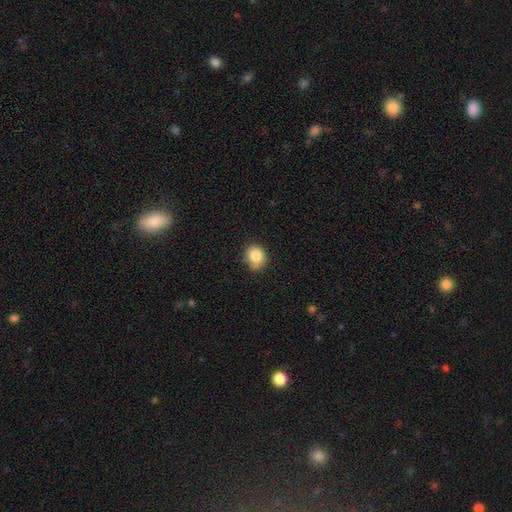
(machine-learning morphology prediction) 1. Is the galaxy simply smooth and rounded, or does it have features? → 85% smooth, 9% star or artifact, 6% featured or disk.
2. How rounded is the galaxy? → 69% round, 30% in between, 1% cigar-shaped.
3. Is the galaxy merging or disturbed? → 64% none, 27% minor disturbance, 5% major disturbance, 4% merger.